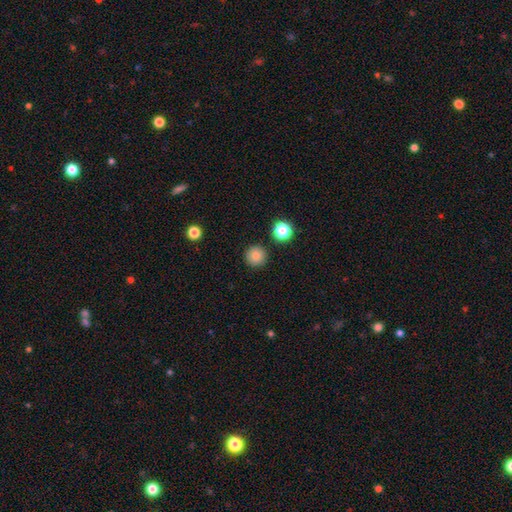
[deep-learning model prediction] smooth 83%, star or artifact 11%, featured or disk 5%. Down the decision tree: how rounded — round (96%); merging — none (91%).